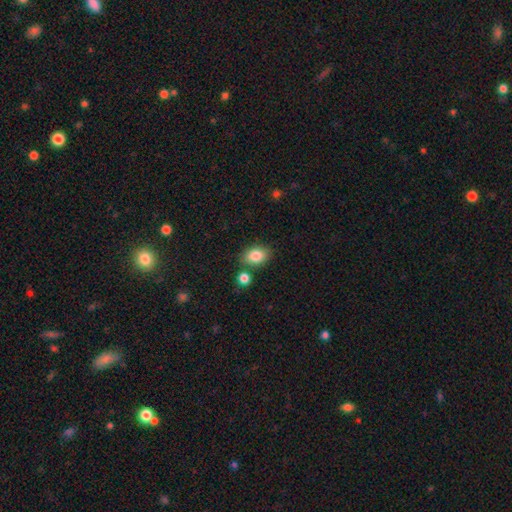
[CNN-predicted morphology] smooth 85%, star or artifact 8%, featured or disk 7%. Down the decision tree: how rounded — in between (78%); merging — none (75%).